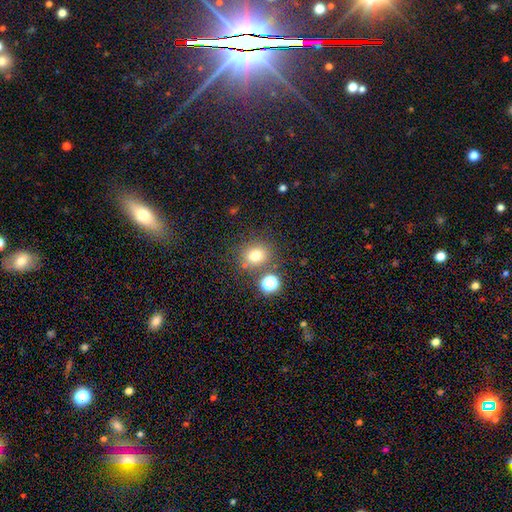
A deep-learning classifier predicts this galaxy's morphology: A smooth galaxy with no disk features (75%) that is round (77%). Merging: none (73%).